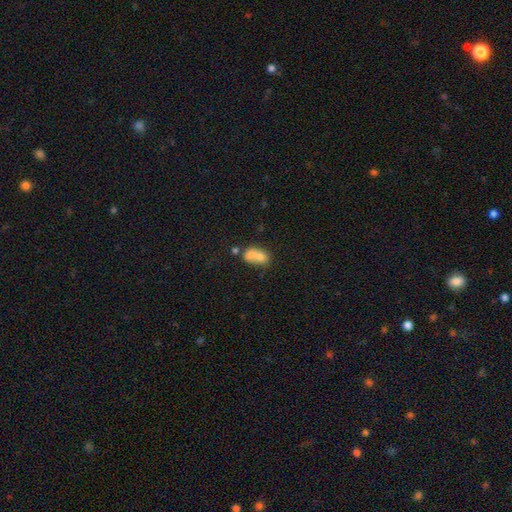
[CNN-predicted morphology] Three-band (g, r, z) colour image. It shows a smooth galaxy with no disk features (71%) that is in between round and cigar-shaped (74%). Merging: merger (55%).